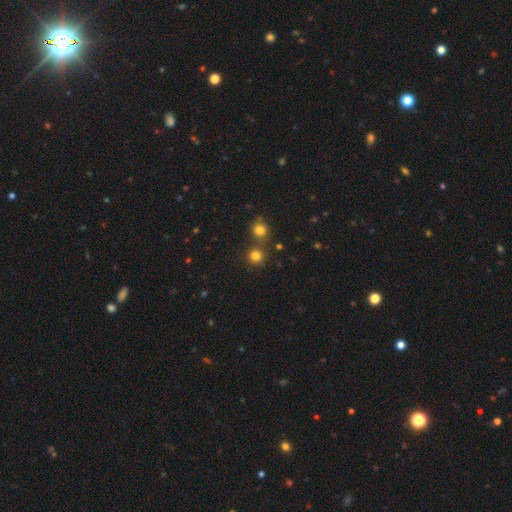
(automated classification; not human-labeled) smooth 79%, star or artifact 15%, featured or disk 6%. Down the decision tree: how rounded — round (90%); merging — none (67%).